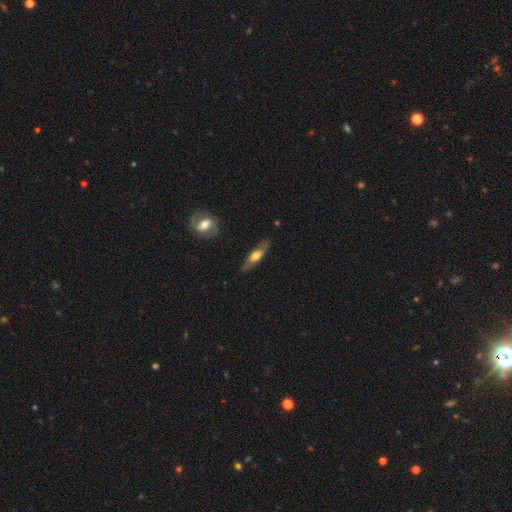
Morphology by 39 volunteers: Smooth or featured?
  - smooth: 49% *
  - featured or disk: 44%
  - star or artifact: 8%
How rounded?
  - cigar-shaped: 63% *
  - in between: 37%
  - round: 0%
Merging?
  - none: 83% *
  - minor disturbance: 14%
  - major disturbance: 3%
  - merger: 0%